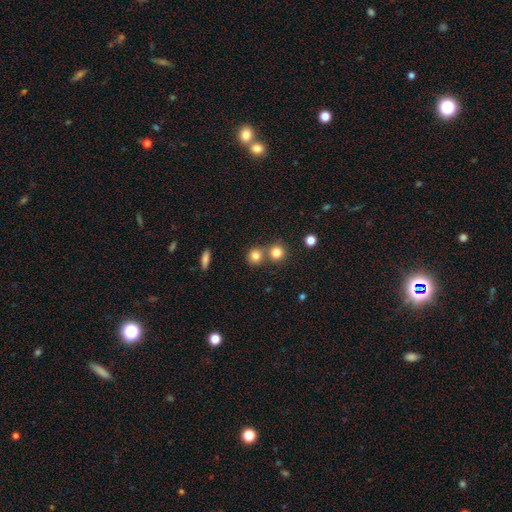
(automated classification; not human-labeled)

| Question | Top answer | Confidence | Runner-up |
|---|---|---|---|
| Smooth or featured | smooth | 81% | star or artifact (12%) |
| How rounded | round | 87% | in between (12%) |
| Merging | none | 56% | merger (35%) |